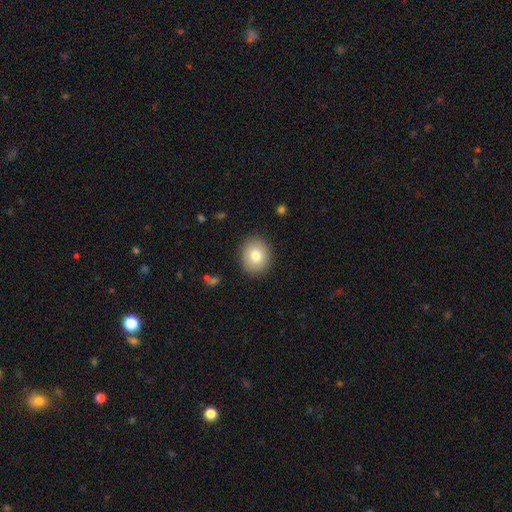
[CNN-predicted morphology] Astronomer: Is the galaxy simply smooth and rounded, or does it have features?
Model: smooth — 78%.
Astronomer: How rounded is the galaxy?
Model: round — 69%.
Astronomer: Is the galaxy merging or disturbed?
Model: none — 89%.